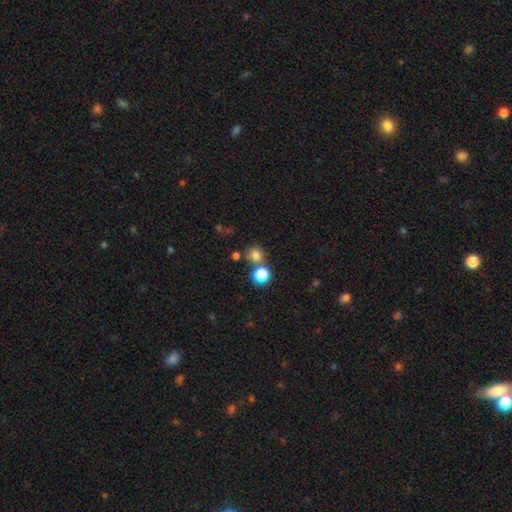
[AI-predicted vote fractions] smooth 75%, star or artifact 19%, featured or disk 7%. Down the decision tree: how rounded — round (80%); merging — none (66%).